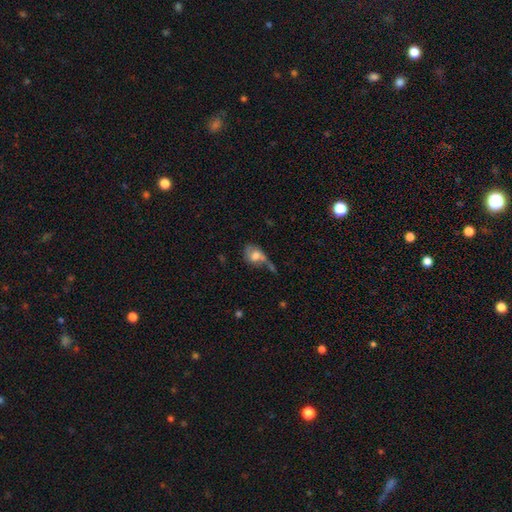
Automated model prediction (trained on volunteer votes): This is possibly a smooth galaxy (49%). Merging: marginally major disturbance (28%).